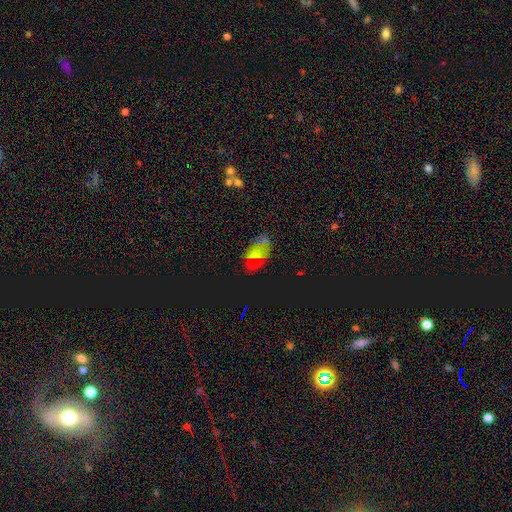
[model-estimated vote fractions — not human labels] This appears to be a smooth galaxy with no disk features (46%). Merging: none (68%).